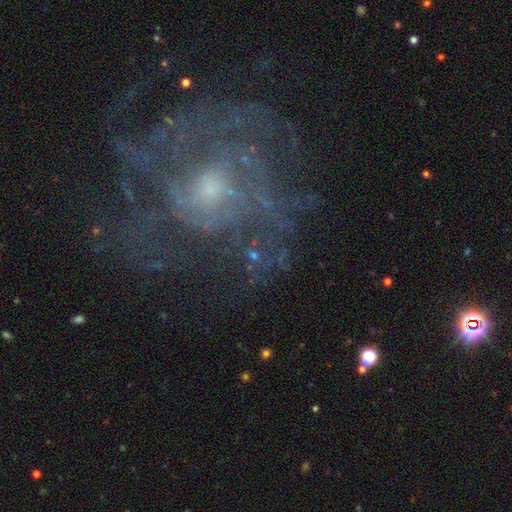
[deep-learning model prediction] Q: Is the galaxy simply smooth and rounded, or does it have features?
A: featured or disk — 72%.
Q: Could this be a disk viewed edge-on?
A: no — 97%.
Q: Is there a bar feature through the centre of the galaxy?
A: no — 68%.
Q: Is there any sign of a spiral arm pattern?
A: yes — 86%.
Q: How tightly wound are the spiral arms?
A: tight — 47%.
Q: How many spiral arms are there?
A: can't tell — 34%.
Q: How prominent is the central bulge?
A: small — 52%.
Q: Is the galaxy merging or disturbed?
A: none — 59%.